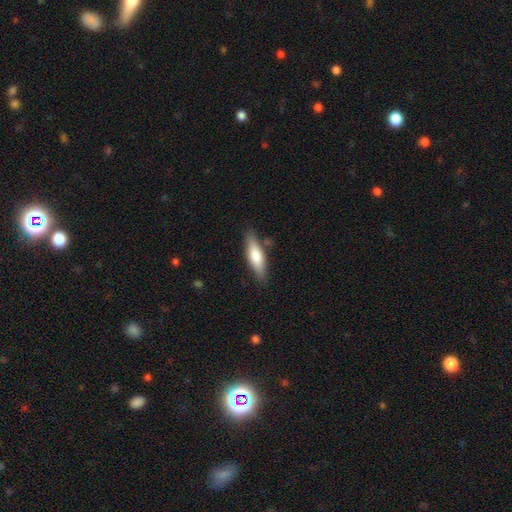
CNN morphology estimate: smooth 71%, featured or disk 24%, star or artifact 6%. Down the decision tree: how rounded — cigar-shaped (59%); merging — none (81%).